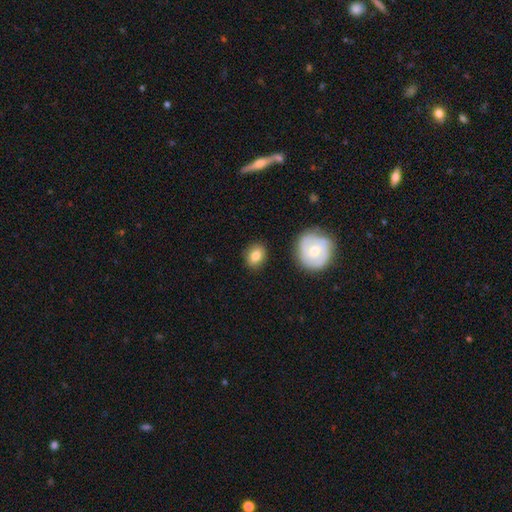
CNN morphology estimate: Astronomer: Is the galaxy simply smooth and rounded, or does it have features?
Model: smooth — 79%.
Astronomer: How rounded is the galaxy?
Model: round — 50% (runner-up: in between, 48%).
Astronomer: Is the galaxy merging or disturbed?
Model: none — 85%.